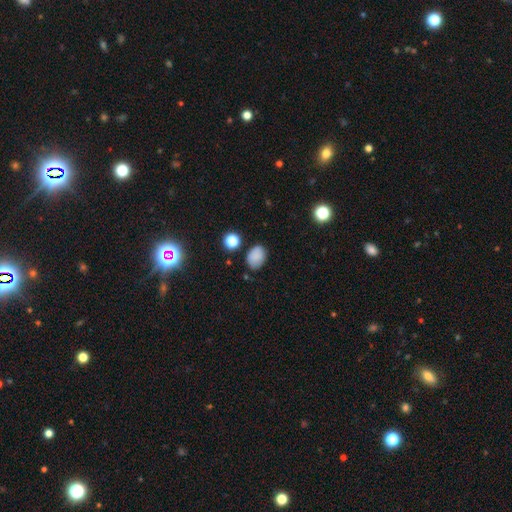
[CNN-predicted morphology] Q: Smooth or featured?
A: smooth (83%); runner-up: star or artifact (11%)
Q: How rounded?
A: in between (72%); runner-up: round (27%)
Q: Merging?
A: none (78%); runner-up: minor disturbance (16%)